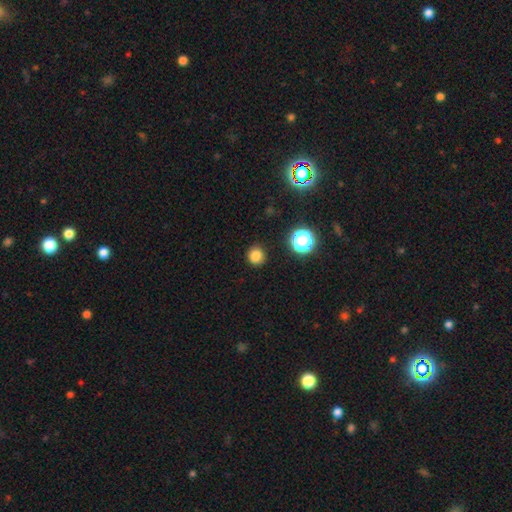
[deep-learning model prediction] smooth 82%, star or artifact 14%, featured or disk 4%. Down the decision tree: how rounded — round (92%); merging — none (90%).